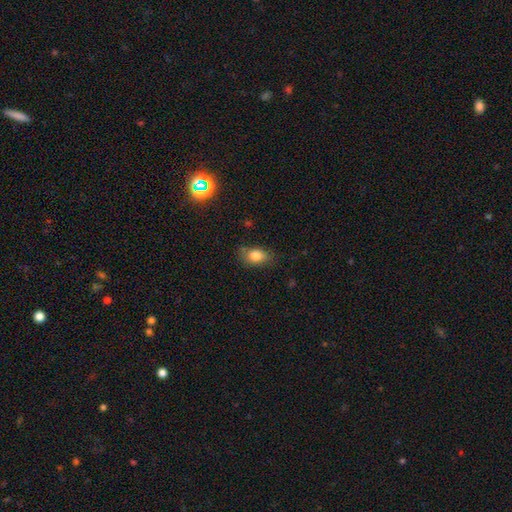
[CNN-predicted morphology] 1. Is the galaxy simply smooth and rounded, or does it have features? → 81% smooth, 10% star or artifact, 9% featured or disk.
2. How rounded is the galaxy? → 82% in between, 16% round, 2% cigar-shaped.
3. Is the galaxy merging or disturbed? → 72% none, 21% minor disturbance, 5% major disturbance, 2% merger.